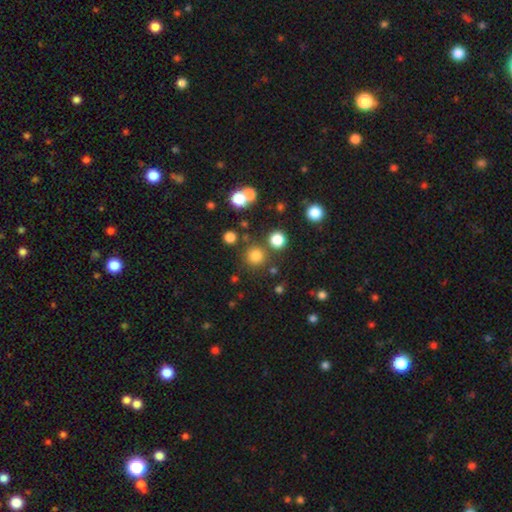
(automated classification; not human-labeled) Smooth or featured: smooth — 78% (star or artifact — 16%)
How rounded: round — 95% (in between — 4%)
Merging: none — 81% (merger — 8%)